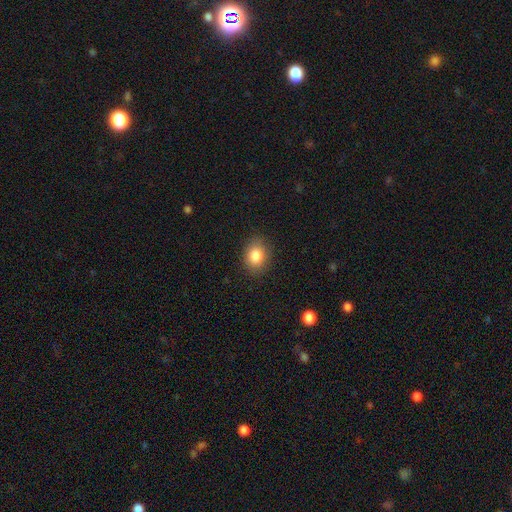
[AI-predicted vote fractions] A smooth galaxy with no disk features (84%) that is in between round and cigar-shaped (58%).

Vote fractions:
- Smooth or featured? smooth: 84% / star or artifact: 9% / featured or disk: 7%
- How rounded? in between: 58% / round: 41% / cigar-shaped: 1%
- Merging? none: 86% / minor disturbance: 10% / major disturbance: 3% / merger: 1%